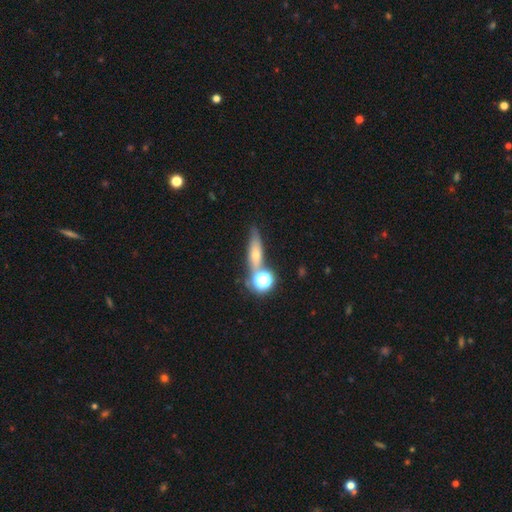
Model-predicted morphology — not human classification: Smooth or featured? smooth (44%)
Merging? none (65%)